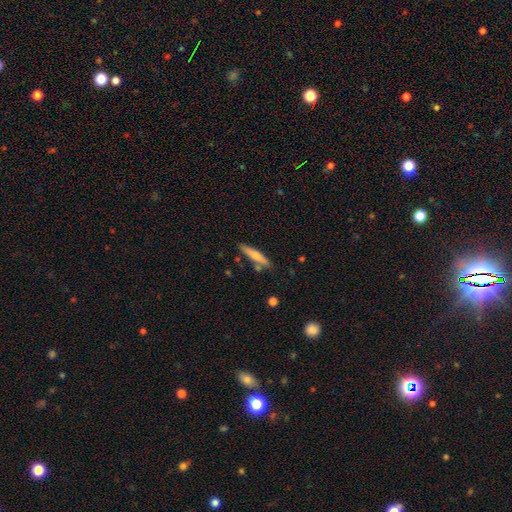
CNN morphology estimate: The model was most divided on "smooth or featured": smooth: 61%, featured or disk: 33%, star or artifact: 6%. More confident: how rounded — cigar-shaped (87%); merging — none (77%).